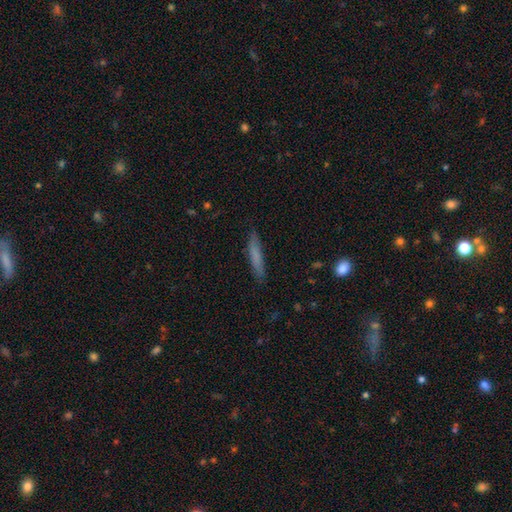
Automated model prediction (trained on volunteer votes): A smooth galaxy with no disk features (71%) that is cigar-shaped (92%).

Vote fractions:
- Smooth or featured? smooth: 71% / featured or disk: 22% / star or artifact: 7%
- How rounded? cigar-shaped: 92% / in between: 7% / round: 1%
- Merging? none: 85% / minor disturbance: 11% / major disturbance: 2% / merger: 1%